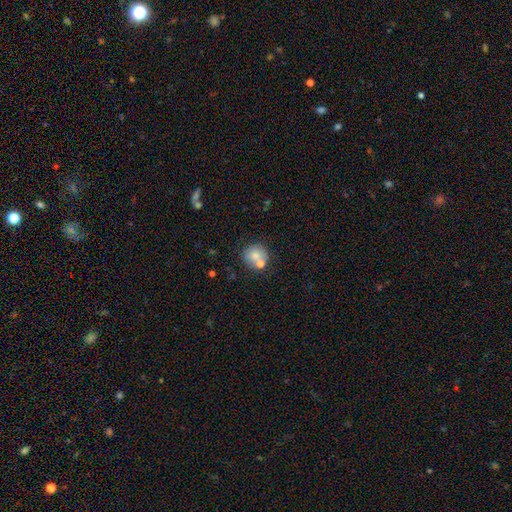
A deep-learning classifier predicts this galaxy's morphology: Smooth or featured?
  - smooth: 75% *
  - featured or disk: 16%
  - star or artifact: 10%
How rounded?
  - round: 89% *
  - in between: 10%
  - cigar-shaped: 1%
Merging?
  - none: 62% *
  - merger: 22%
  - minor disturbance: 12%
  - major disturbance: 4%